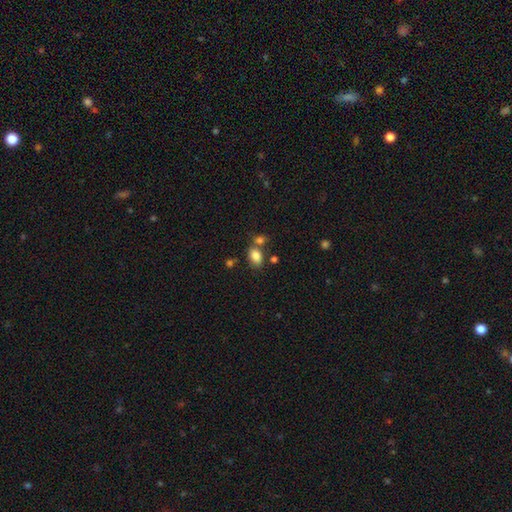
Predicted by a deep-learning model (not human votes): Overall: smooth (84%). How rounded: in between (84%). Merging: none (59%; merger 22%).